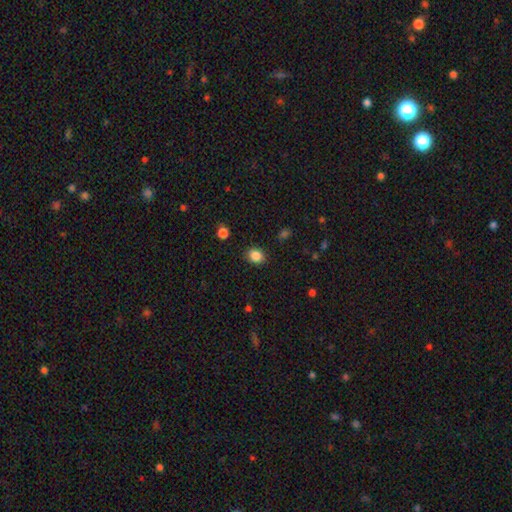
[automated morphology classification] Smooth or featured: smooth — 86% (star or artifact — 10%)
How rounded: round — 61% (in between — 38%)
Merging: none — 89% (minor disturbance — 8%)